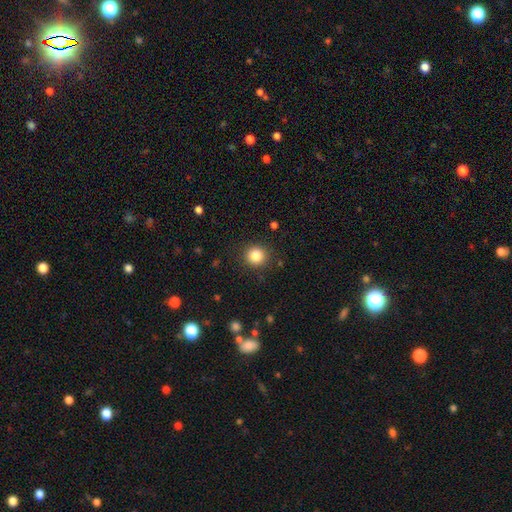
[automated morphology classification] Q: Smooth or featured?
A: smooth (84%); runner-up: star or artifact (11%)
Q: How rounded?
A: round (92%); runner-up: in between (7%)
Q: Merging?
A: none (90%); runner-up: minor disturbance (7%)